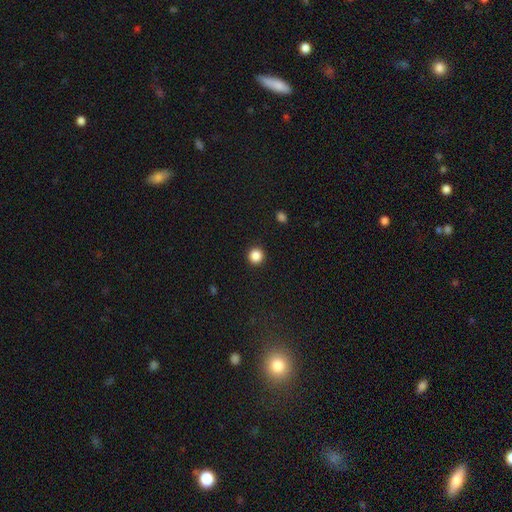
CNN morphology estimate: smooth_or_featured: smooth (p=0.87) [alt: star or artifact p=0.11]
how_rounded: round (p=0.95) [alt: in between p=0.04]
merging: none (p=0.93) [alt: minor disturbance p=0.04]